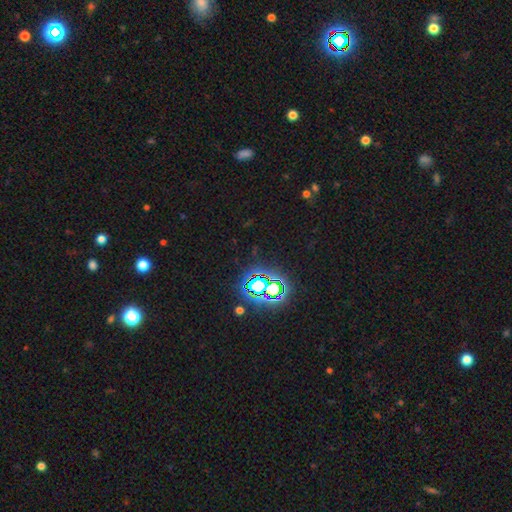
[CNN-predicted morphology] Smooth or featured?
  - star or artifact: 78% *
  - smooth: 14%
  - featured or disk: 8%